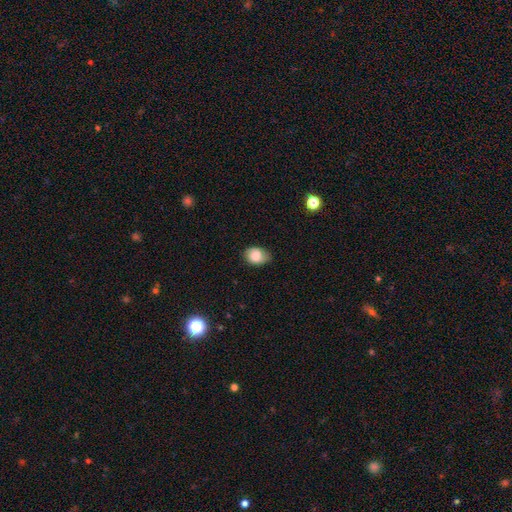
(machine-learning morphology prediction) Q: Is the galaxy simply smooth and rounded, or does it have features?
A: smooth — 80%.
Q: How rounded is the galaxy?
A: in between — 66%.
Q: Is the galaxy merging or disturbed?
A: none — 66%.